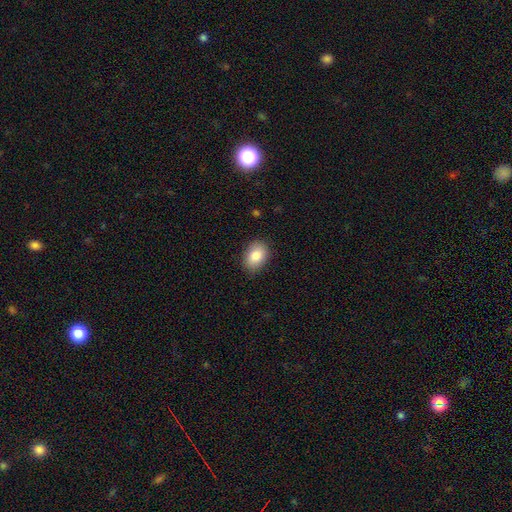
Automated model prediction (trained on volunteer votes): Smooth or featured?
  - smooth: 85% *
  - star or artifact: 8%
  - featured or disk: 8%
How rounded?
  - in between: 76% *
  - round: 23%
  - cigar-shaped: 1%
Merging?
  - none: 85% *
  - minor disturbance: 12%
  - major disturbance: 3%
  - merger: 1%